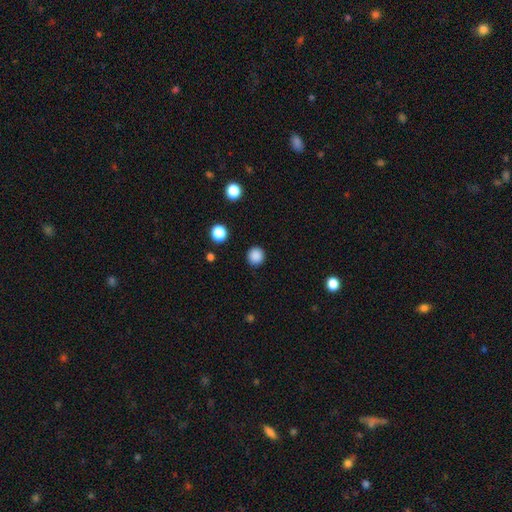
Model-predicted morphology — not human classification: smooth 87%, star or artifact 10%, featured or disk 2%. Down the decision tree: how rounded — round (94%); merging — none (92%).